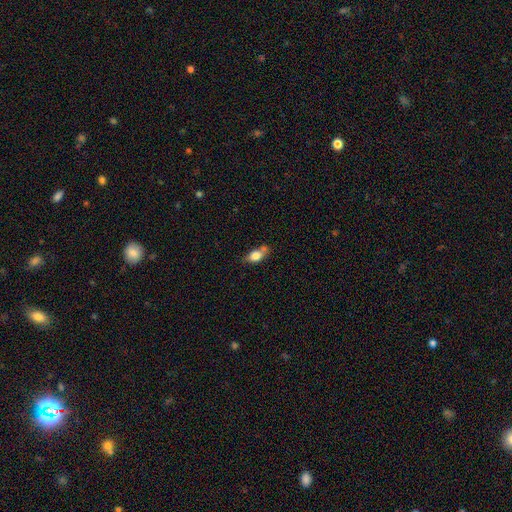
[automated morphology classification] smooth-or-featured: smooth: 77% | featured or disk: 15% | star or artifact: 8%
  how-rounded: in between: 80% | round: 13% | cigar-shaped: 7%
  merging: none: 46% | minor disturbance: 24% | merger: 23% | major disturbance: 7%